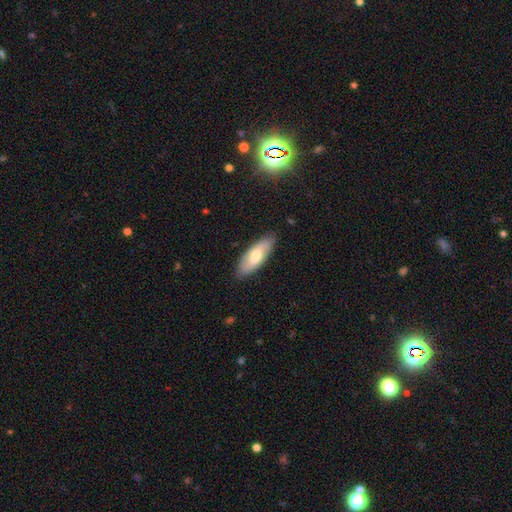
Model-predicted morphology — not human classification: Q: Smooth or featured?
A: smooth (61%); runner-up: featured or disk (34%)
Q: How rounded?
A: in between (72%); runner-up: cigar-shaped (26%)
Q: Merging?
A: none (86%); runner-up: minor disturbance (11%)